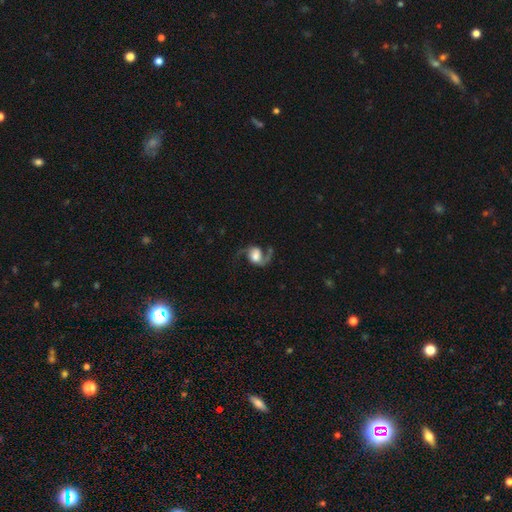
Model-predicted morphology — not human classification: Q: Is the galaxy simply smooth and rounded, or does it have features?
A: featured or disk — 82%.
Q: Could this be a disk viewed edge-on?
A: no — 98%.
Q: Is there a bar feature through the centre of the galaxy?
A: no — 53%.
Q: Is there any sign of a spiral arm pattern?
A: yes — 96%.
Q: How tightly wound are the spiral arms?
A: loose — 66%.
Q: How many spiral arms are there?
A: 2 — 91%.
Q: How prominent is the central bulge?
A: large — 42%.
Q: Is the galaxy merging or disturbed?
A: none — 69%.